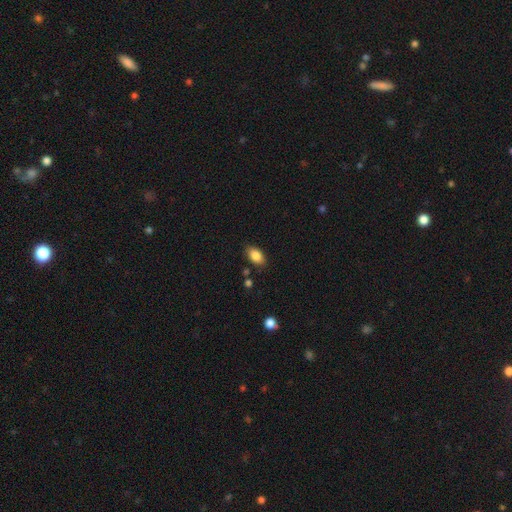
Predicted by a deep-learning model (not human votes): A smooth galaxy with no disk features (85%) that is in between round and cigar-shaped (90%).

Vote fractions:
- Smooth or featured? smooth: 85% / star or artifact: 8% / featured or disk: 6%
- How rounded? in between: 90% / round: 9% / cigar-shaped: 2%
- Merging? none: 84% / minor disturbance: 11% / major disturbance: 3% / merger: 2%